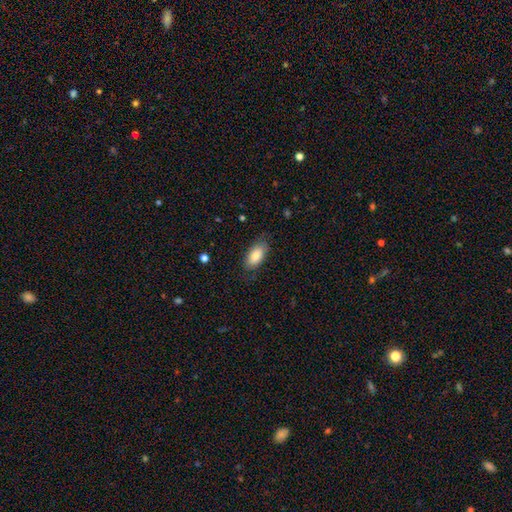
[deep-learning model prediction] Q: Smooth or featured?
A: smooth (81%); runner-up: featured or disk (13%)
Q: How rounded?
A: in between (92%); runner-up: cigar-shaped (5%)
Q: Merging?
A: none (76%); runner-up: minor disturbance (18%)